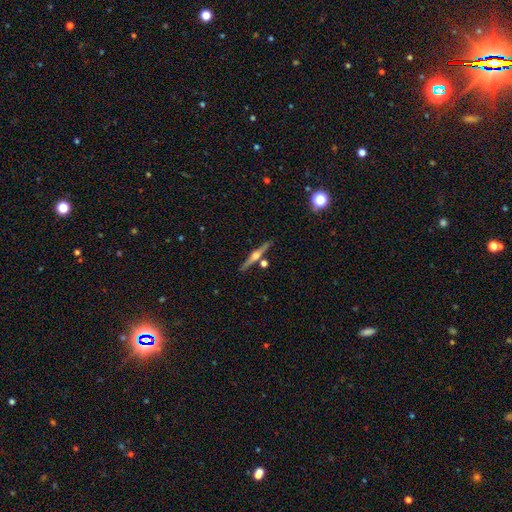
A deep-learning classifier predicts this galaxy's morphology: Smooth or featured? Predicted: featured or disk (p=0.76). Edge-on disk? Predicted: yes (p=0.98). Edge-on bulge? Predicted: rounded (p=0.92). Merging? Predicted: none (p=0.83).